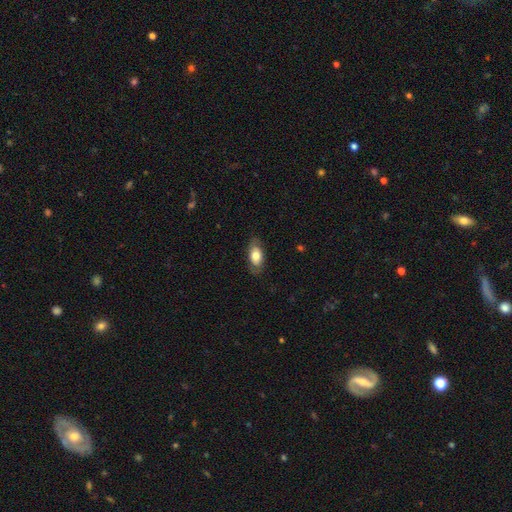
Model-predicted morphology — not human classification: This is likely a smooth galaxy (69%). How rounded: clearly in between (90%). Merging: likely none (78%).